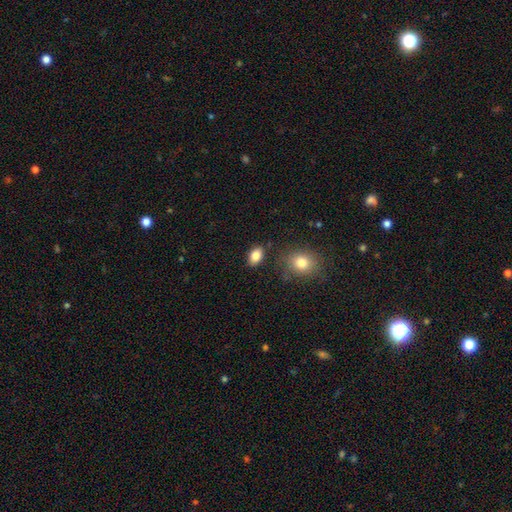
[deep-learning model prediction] A smooth galaxy with no disk features (85%) that is in between round and cigar-shaped (86%).

Vote fractions:
- Smooth or featured? smooth: 85% / star or artifact: 8% / featured or disk: 7%
- How rounded? in between: 86% / round: 12% / cigar-shaped: 2%
- Merging? none: 83% / minor disturbance: 11% / merger: 3% / major disturbance: 3%